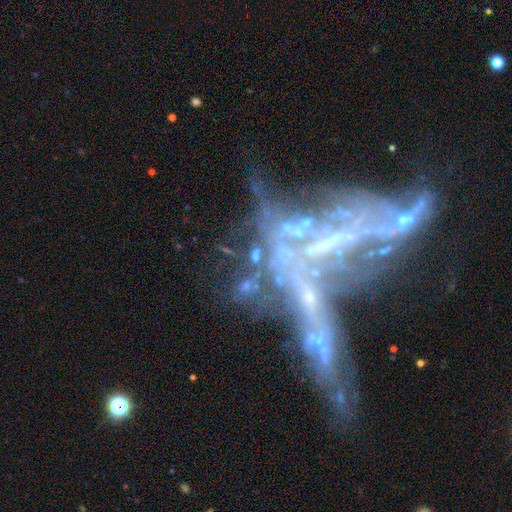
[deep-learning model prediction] The model was most divided on "merging": none: 36%, major disturbance: 27%, merger: 21%, minor disturbance: 16%. More confident: edge-on disk — no (91%); smooth or featured — featured or disk (53%).